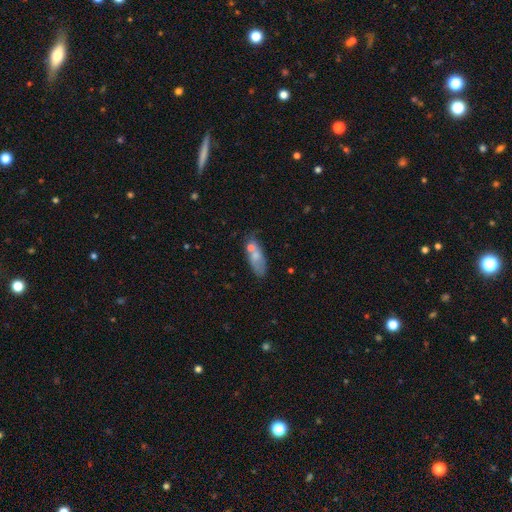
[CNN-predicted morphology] This is likely a smooth galaxy (66%). How rounded: likely in between (70%). Merging: marginally none (41%).